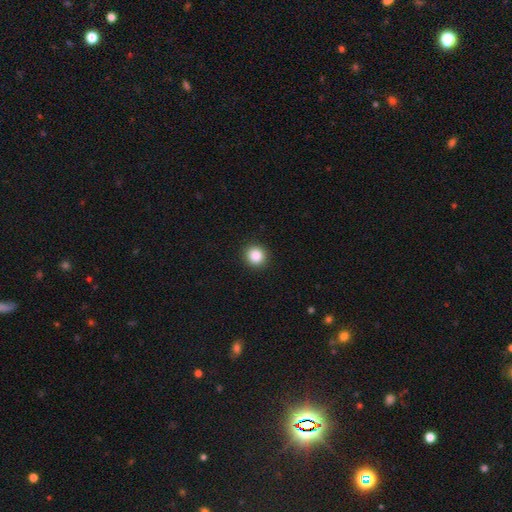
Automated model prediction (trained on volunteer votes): Morphology: type=smooth (88%); roundness=round (91%); merging=none (92%).